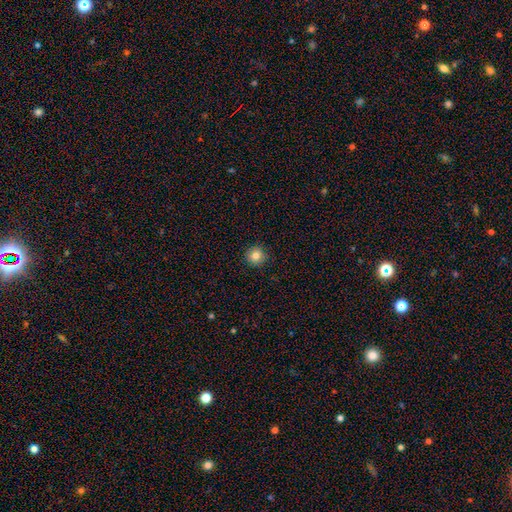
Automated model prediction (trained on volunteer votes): This appears to be a smooth galaxy with no disk features (81%) that is round (95%). Merging: none (91%).